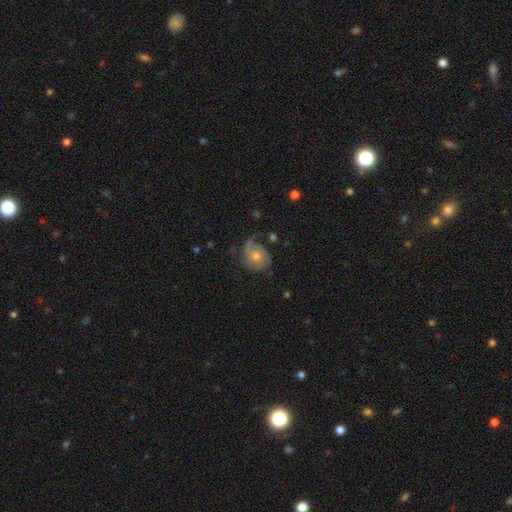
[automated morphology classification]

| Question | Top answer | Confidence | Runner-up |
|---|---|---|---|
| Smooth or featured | featured or disk | 66% | smooth (25%) |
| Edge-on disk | no | 97% | yes (3%) |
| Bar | no | 78% | weak (19%) |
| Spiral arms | yes | 86% | no (14%) |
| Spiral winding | tight | 42% | medium (35%) |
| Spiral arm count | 1 | 41% | 2 (32%) |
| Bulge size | moderate | 57% | small (37%) |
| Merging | none | 55% | minor disturbance (25%) |